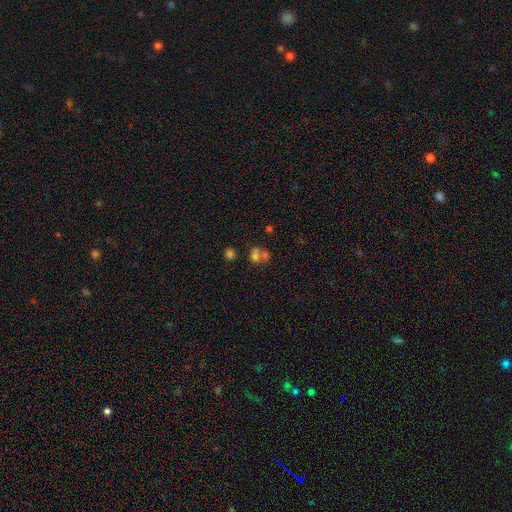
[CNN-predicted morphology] Smooth or featured? Predicted: smooth (p=0.64). How rounded? Predicted: round (p=0.61). Merging? Predicted: merger (p=0.58).